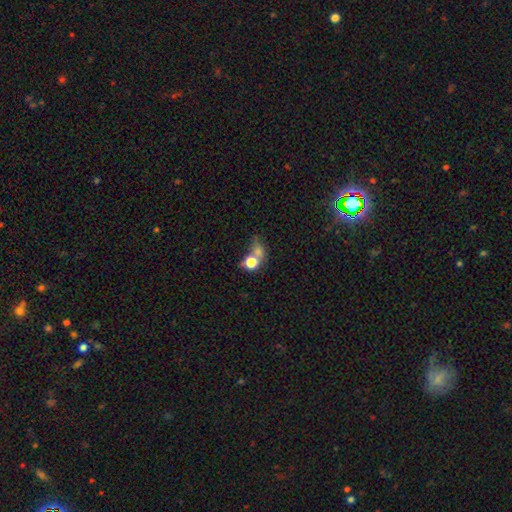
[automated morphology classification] Smooth or featured? smooth (60%)
How rounded? round (60%)
Merging? merger (41%)